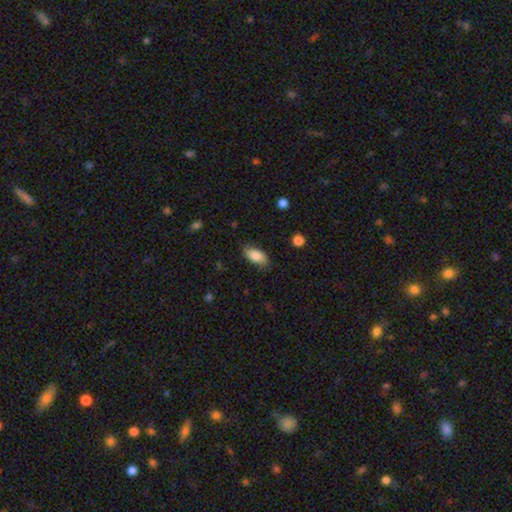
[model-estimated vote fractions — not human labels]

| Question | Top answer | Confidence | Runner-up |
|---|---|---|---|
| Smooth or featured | smooth | 85% | featured or disk (9%) |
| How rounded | in between | 90% | cigar-shaped (7%) |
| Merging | none | 82% | minor disturbance (14%) |